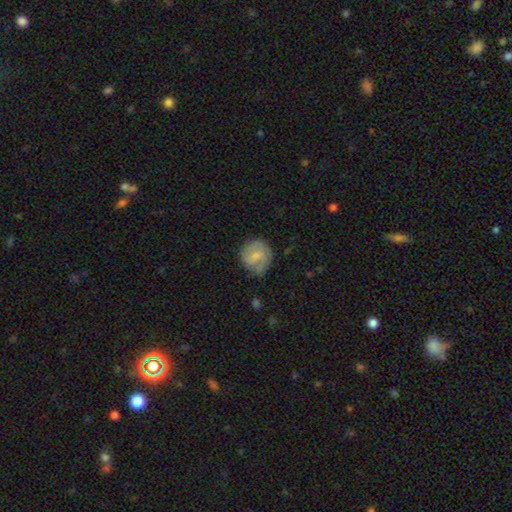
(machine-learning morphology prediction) A smooth galaxy with no disk features (55%) that is round (83%). Merging: none (59%).